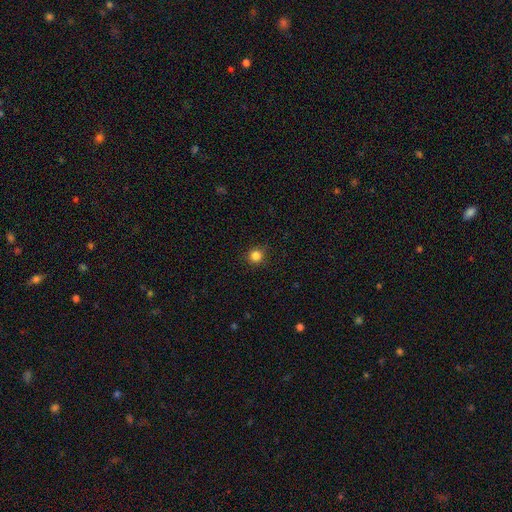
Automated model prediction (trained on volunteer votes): smooth 84%, star or artifact 13%, featured or disk 4%. Down the decision tree: how rounded — round (94%); merging — none (88%).